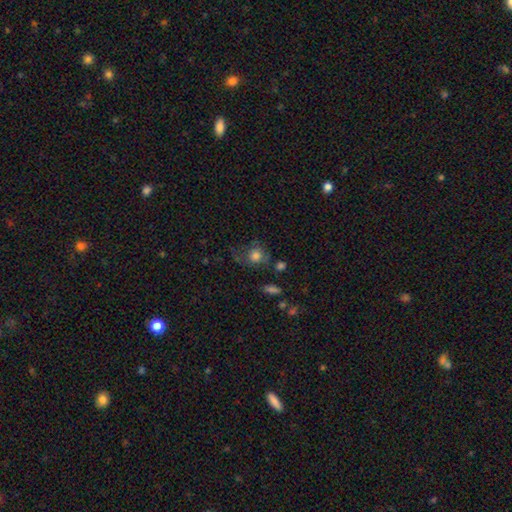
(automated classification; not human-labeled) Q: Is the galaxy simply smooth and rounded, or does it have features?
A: smooth — 75%.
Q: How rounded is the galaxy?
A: round — 77%.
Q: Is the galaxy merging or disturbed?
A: none — 51%.